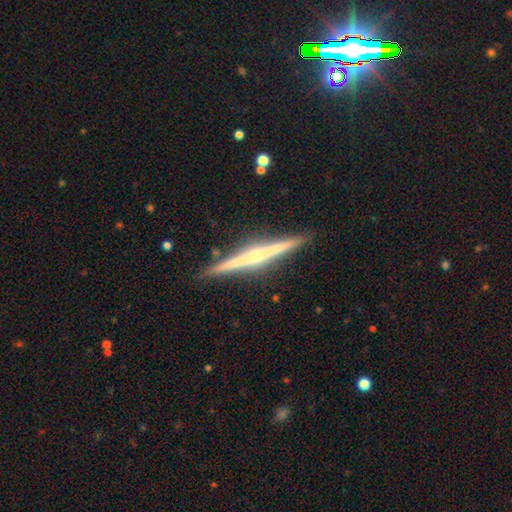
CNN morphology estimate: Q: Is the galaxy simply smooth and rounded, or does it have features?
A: featured or disk — 78%.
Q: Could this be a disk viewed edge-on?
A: yes — 99%.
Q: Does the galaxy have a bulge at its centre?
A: rounded — 60%.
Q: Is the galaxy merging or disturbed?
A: none — 91%.